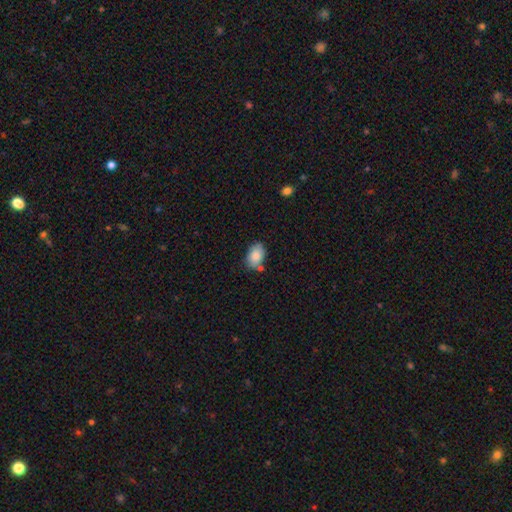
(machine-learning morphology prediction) Smooth or featured: smooth — 86% (star or artifact — 7%)
How rounded: in between — 84% (round — 15%)
Merging: none — 68% (minor disturbance — 18%)